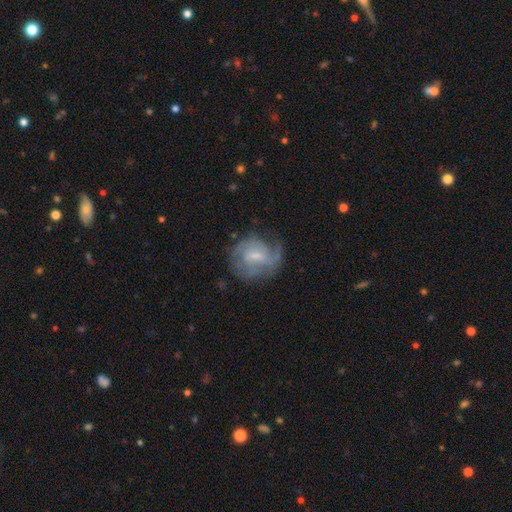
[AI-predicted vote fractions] This appears to be a featured or disk galaxy (68%) with a weak bar (56%), 2 (34%) medium (42%) spiral arms (83%) and a small central bulge (55%). Merging: none (55%).